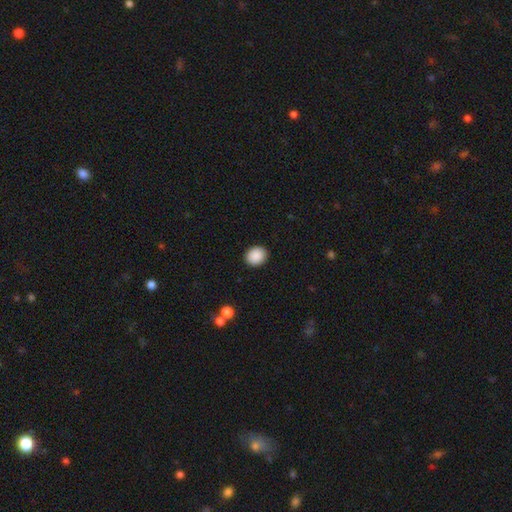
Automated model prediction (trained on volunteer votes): A smooth galaxy with no disk features (90%) that is round (60%).

Vote fractions:
- Smooth or featured? smooth: 90% / star or artifact: 8% / featured or disk: 3%
- How rounded? round: 60% / in between: 39% / cigar-shaped: 1%
- Merging? none: 91% / minor disturbance: 6% / major disturbance: 2% / merger: 1%